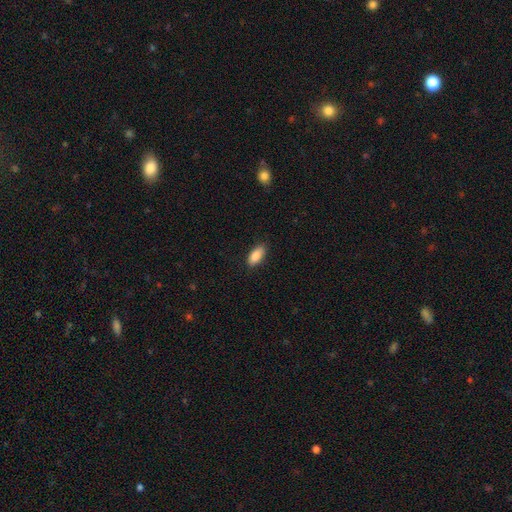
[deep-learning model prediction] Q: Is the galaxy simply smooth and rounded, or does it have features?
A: smooth — 87%.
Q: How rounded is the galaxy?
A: in between — 88%.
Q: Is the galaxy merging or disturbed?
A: none — 87%.